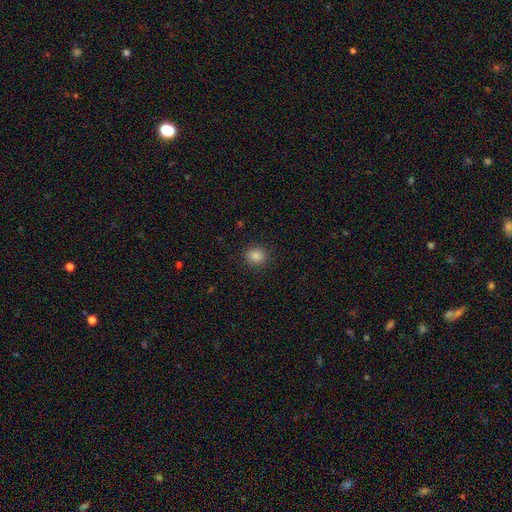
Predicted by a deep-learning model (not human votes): Overall: smooth (85%). How rounded: round (67%; in between 32%). Merging: none (90%).